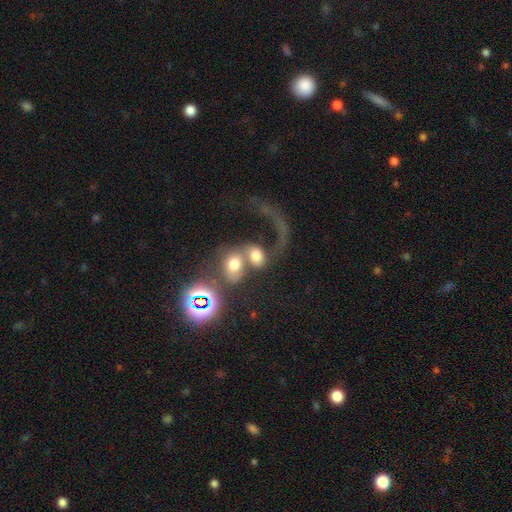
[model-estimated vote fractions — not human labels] Overall: smooth (48%; featured or disk 38%). Merging: merger (70%).